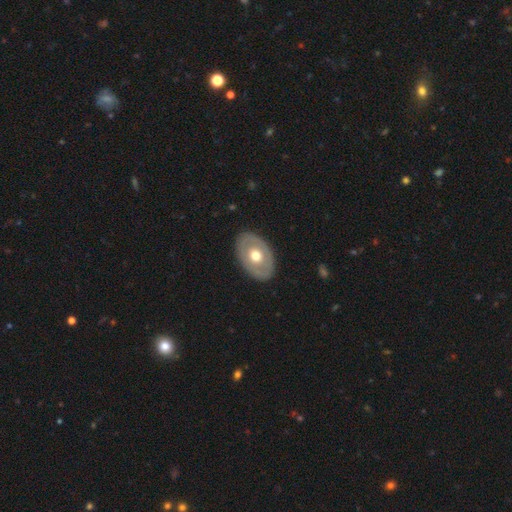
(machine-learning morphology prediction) Smooth or featured: featured or disk — 50% (smooth — 46%)
Merging: none — 86% (minor disturbance — 10%)